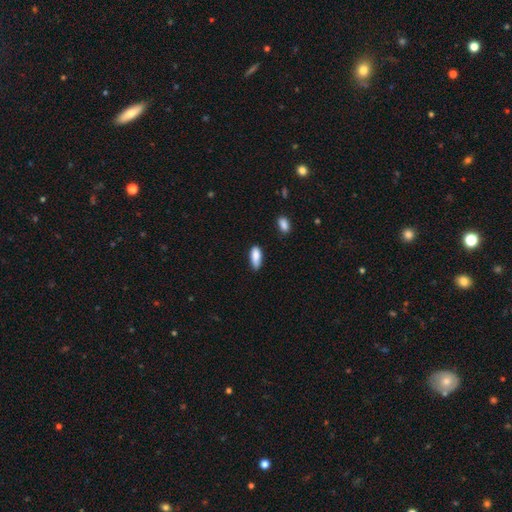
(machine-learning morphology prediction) A smooth galaxy with no disk features (86%) that is in between round and cigar-shaped (74%). Merging: none (64%).